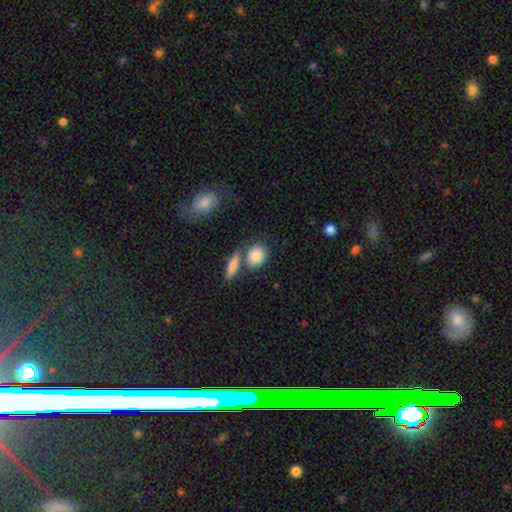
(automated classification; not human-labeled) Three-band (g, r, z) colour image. It shows a smooth galaxy with no disk features (83%) that is round (54%). Merging: none (59%).